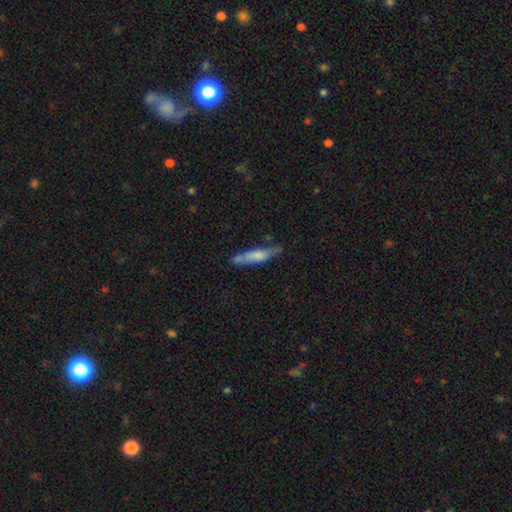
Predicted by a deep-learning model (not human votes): smooth 60%, featured or disk 33%, star or artifact 6%. Down the decision tree: how rounded — cigar-shaped (84%); merging — none (67%).